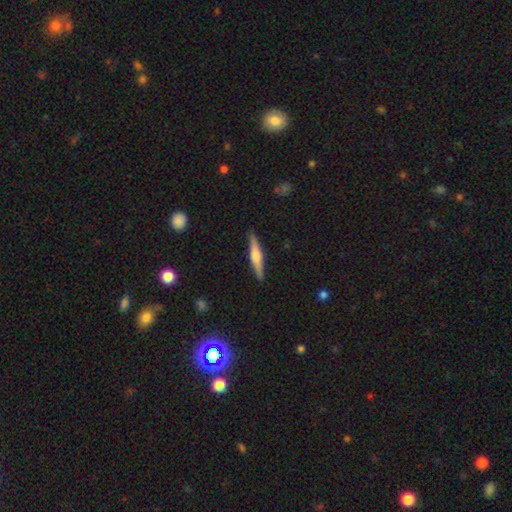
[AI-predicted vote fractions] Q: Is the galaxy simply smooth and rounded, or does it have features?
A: featured or disk — 61%.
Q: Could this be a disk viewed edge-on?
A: yes — 97%.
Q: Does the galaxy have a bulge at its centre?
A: rounded — 87%.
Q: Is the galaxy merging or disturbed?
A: none — 90%.